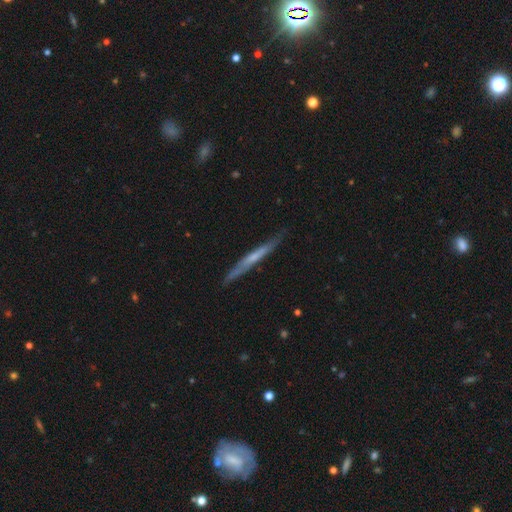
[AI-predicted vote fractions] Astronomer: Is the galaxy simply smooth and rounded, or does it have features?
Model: featured or disk — 55% (runner-up: smooth, 39%).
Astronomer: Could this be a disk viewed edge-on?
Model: yes — 94%.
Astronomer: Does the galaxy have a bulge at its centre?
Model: none — 69%.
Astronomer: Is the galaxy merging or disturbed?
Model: none — 85%.